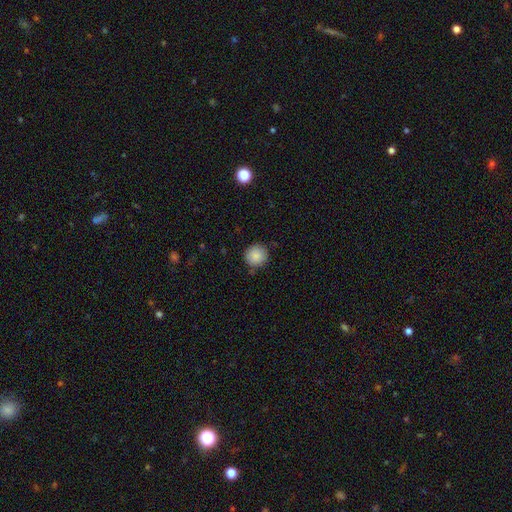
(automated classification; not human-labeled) Morphology: type=smooth (87%); roundness=round (93%); merging=none (84%).